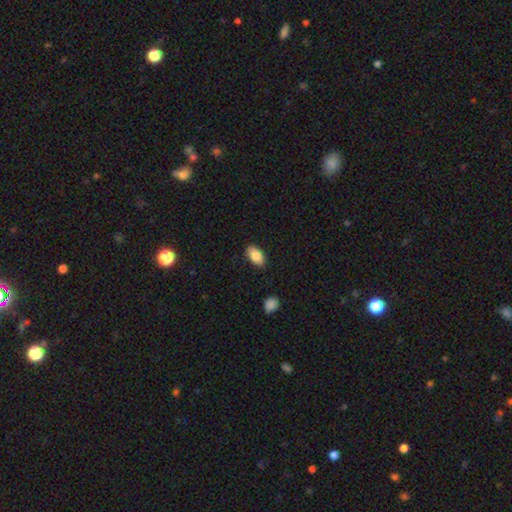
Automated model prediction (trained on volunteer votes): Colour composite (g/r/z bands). It shows a smooth galaxy with no disk features (84%) that is in between round and cigar-shaped (92%). Merging: none (85%).